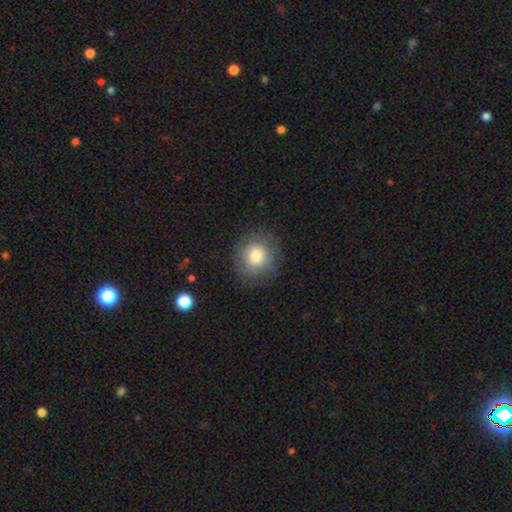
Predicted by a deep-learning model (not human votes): Morphology: type=smooth (74%); roundness=round (86%); merging=none (83%).